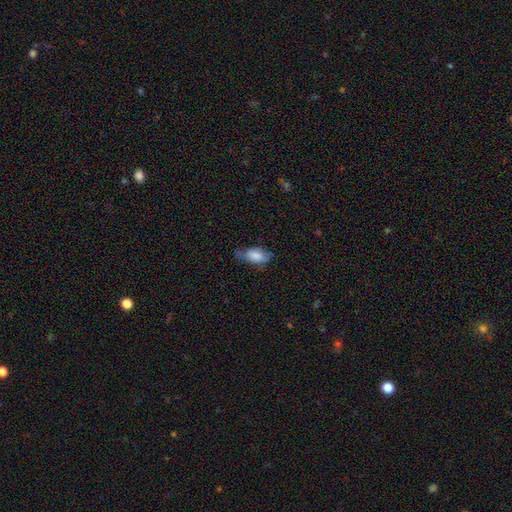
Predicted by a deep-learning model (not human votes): smooth_or_featured: smooth (p=0.78) [alt: featured or disk p=0.15]
how_rounded: in between (p=0.91) [alt: cigar-shaped p=0.05]
merging: none (p=0.48) [alt: minor disturbance p=0.36]